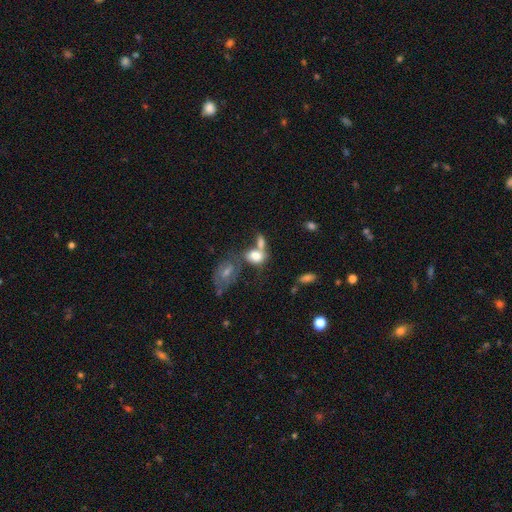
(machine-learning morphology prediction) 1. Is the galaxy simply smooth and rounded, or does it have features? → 73% smooth, 17% featured or disk, 10% star or artifact.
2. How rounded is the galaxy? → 77% in between, 20% round, 3% cigar-shaped.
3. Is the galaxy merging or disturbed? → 54% merger, 24% none, 12% minor disturbance, 10% major disturbance.